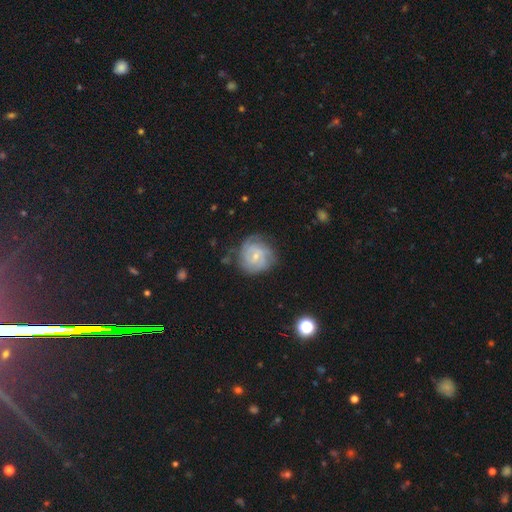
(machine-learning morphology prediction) A featured or disk galaxy (73%) with no bar (50%), tight (65%) spiral arms (91%) and a small central bulge (69%).

Vote fractions:
- Smooth or featured? featured or disk: 73% / smooth: 20% / star or artifact: 6%
- Edge-on disk? no: 98% / yes: 2%
- Bar? no: 50% / weak: 43% / strong: 7%
- Spiral arms? yes: 91% / no: 9%
- Spiral winding? tight: 65% / medium: 28% / loose: 7%
- Spiral arm count? can't tell: 38% / 2: 22% / 3: 21% / 4: 10% / 1: 5% / more than 4: 5%
- Bulge size? small: 69% / moderate: 26% / none: 3% / large: 1% / dominant: 1%
- Merging? none: 67% / minor disturbance: 21% / major disturbance: 10% / merger: 2%